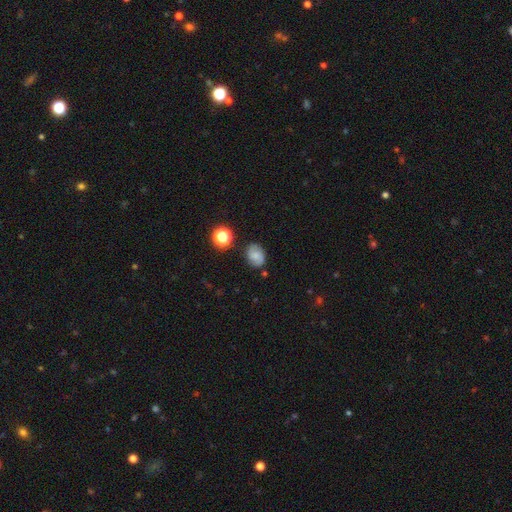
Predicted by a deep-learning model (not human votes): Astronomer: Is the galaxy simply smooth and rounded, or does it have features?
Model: smooth — 59%.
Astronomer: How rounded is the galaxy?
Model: in between — 57% (runner-up: round, 42%).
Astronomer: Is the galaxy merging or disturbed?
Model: none — 77%.